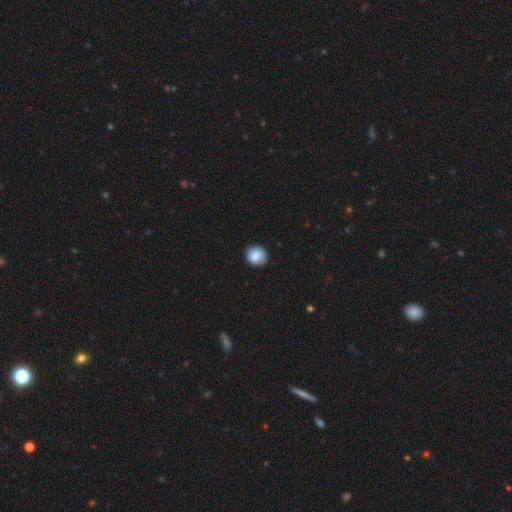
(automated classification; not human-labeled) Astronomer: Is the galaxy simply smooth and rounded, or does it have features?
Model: smooth — 86%.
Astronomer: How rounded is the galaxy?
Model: round — 84%.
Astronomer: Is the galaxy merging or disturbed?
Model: none — 85%.